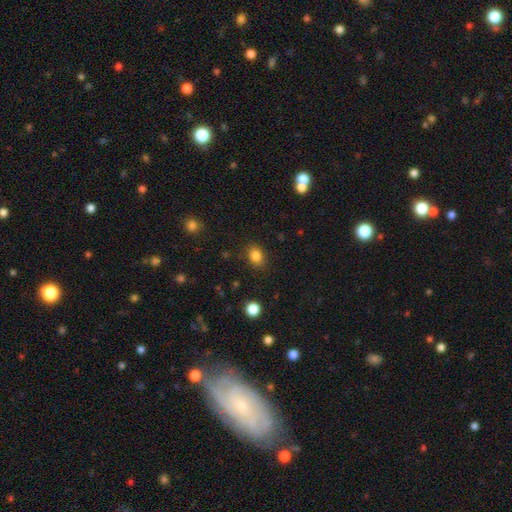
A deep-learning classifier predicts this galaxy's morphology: Overall: smooth (84%). How rounded: in between (60%; round 39%). Merging: none (85%).